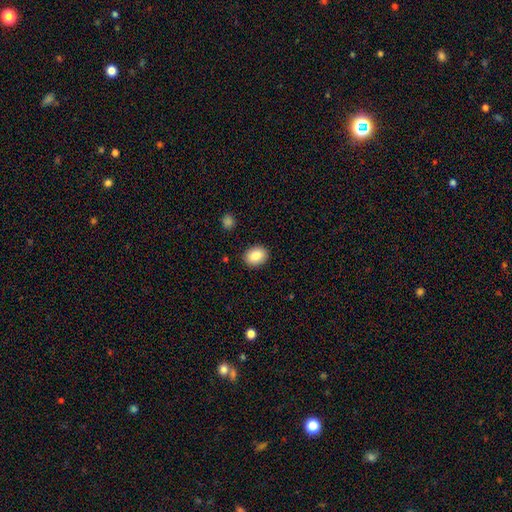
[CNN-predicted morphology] smooth 87%, star or artifact 8%, featured or disk 6%. Down the decision tree: how rounded — in between (59%); merging — none (89%).